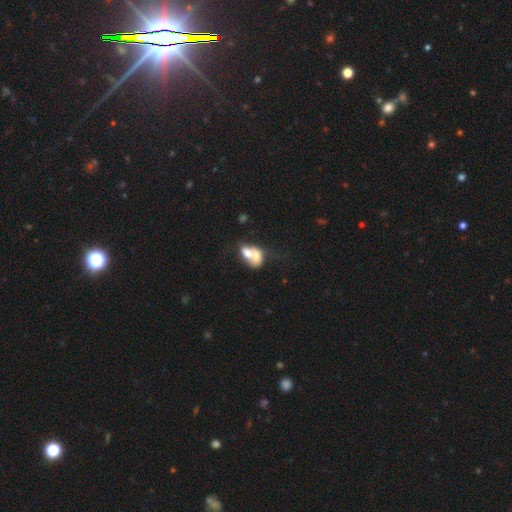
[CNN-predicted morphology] smooth_or_featured: smooth (p=0.60) [alt: featured or disk p=0.32]
how_rounded: in between (p=0.68) [alt: round p=0.31]
merging: merger (p=0.75) [alt: none p=0.13]